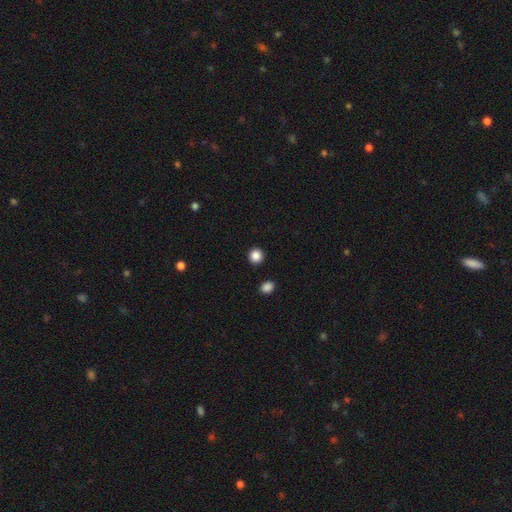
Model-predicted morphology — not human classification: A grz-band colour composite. It shows a smooth galaxy with no disk features (87%) that is round (92%). Merging: none (92%).